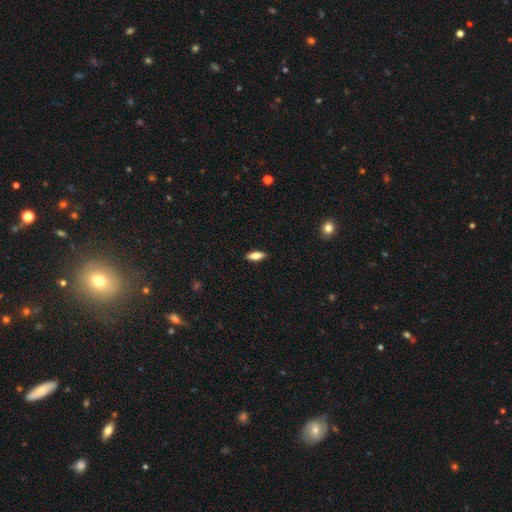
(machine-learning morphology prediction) Smooth or featured?
  - smooth: 68% *
  - featured or disk: 24%
  - star or artifact: 7%
How rounded?
  - in between: 71% *
  - cigar-shaped: 26%
  - round: 3%
Merging?
  - none: 89% *
  - minor disturbance: 8%
  - major disturbance: 2%
  - merger: 1%